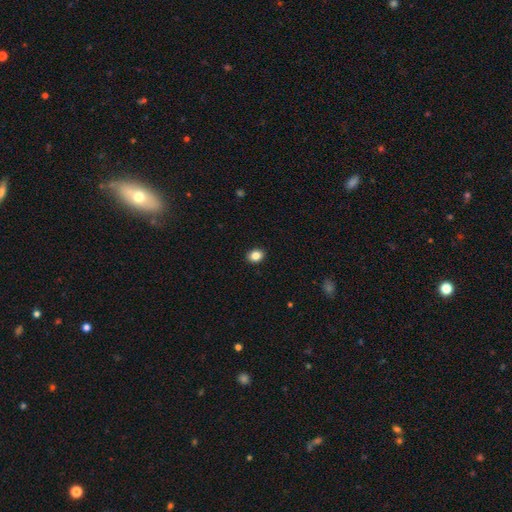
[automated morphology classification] This is clearly a smooth galaxy (85%). How rounded: possibly in between (52%). Merging: clearly none (91%).